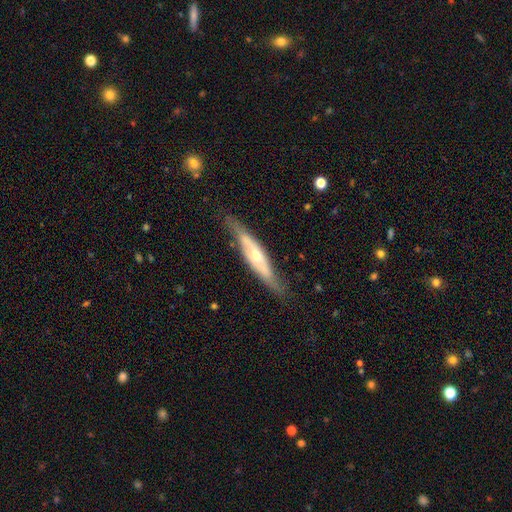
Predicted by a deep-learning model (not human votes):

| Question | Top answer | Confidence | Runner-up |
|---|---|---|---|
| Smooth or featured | featured or disk | 67% | smooth (27%) |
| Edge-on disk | yes | 63% | no (37%) |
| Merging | none | 75% | minor disturbance (18%) |